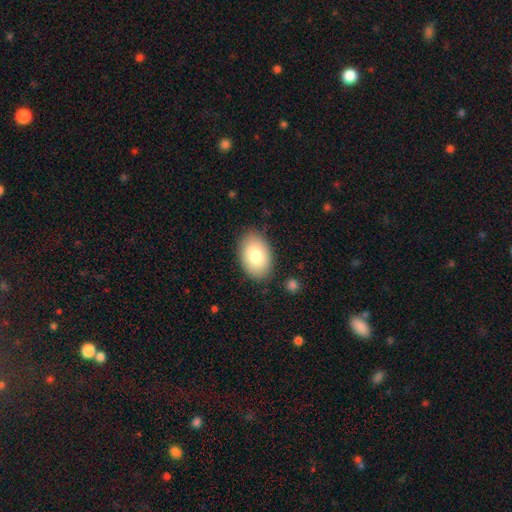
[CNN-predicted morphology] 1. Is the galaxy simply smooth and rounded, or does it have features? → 80% smooth, 13% featured or disk, 7% star or artifact.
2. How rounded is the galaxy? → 90% in between, 9% round, 1% cigar-shaped.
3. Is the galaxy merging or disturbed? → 85% none, 11% minor disturbance, 3% major disturbance, 2% merger.